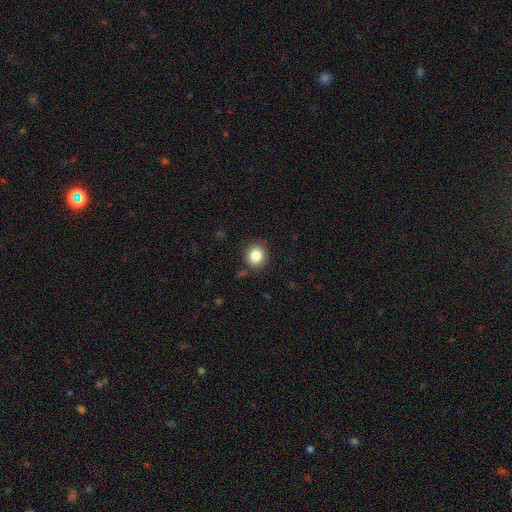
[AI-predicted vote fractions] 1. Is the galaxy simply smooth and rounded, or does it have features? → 84% smooth, 10% star or artifact, 6% featured or disk.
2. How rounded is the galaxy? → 83% round, 16% in between, 1% cigar-shaped.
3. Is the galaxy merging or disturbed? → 86% none, 10% minor disturbance, 3% major disturbance, 2% merger.